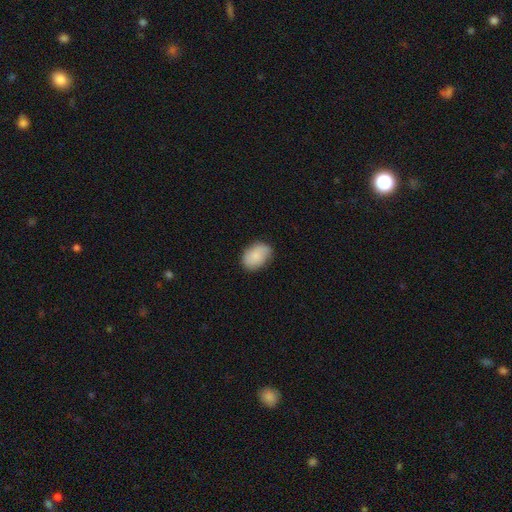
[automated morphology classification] type=smooth (80%); roundness=in between (80%); merging=none (73%).